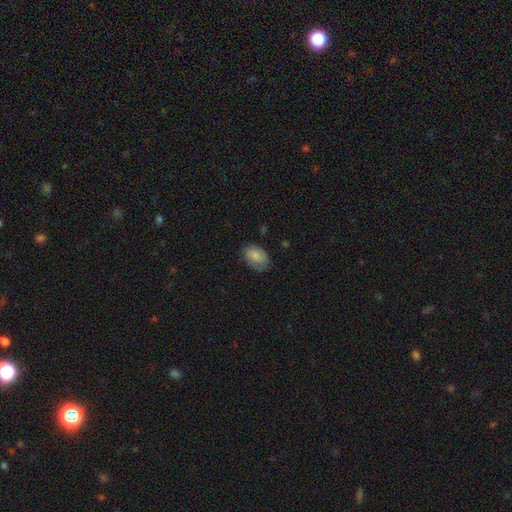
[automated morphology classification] smooth-or-featured: smooth: 76% | featured or disk: 17% | star or artifact: 7%
  how-rounded: in between: 84% | round: 14% | cigar-shaped: 1%
  merging: none: 64% | minor disturbance: 27% | major disturbance: 8% | merger: 1%